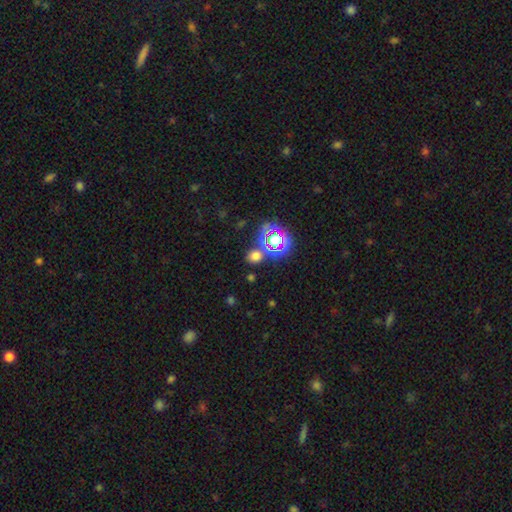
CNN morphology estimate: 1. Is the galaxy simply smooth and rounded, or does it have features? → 62% smooth, 31% star or artifact, 7% featured or disk.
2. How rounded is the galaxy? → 71% round, 27% in between, 1% cigar-shaped.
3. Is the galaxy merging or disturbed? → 77% none, 10% merger, 9% minor disturbance, 4% major disturbance.